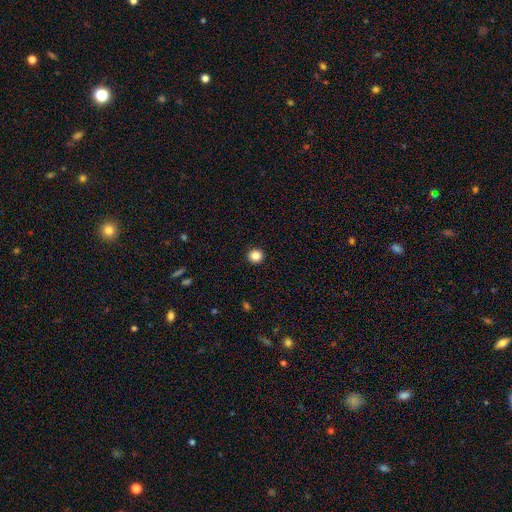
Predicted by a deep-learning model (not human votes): The model was most divided on "smooth or featured": smooth: 86%, star or artifact: 11%, featured or disk: 4%. More confident: how rounded — round (94%); merging — none (93%).